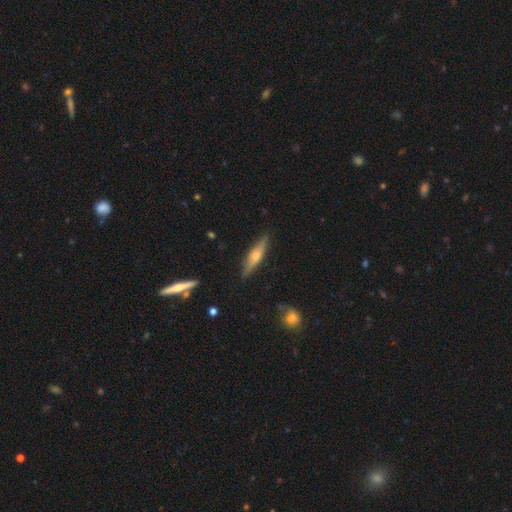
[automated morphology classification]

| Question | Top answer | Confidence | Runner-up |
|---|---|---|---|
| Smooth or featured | featured or disk | 62% | smooth (32%) |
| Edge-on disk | yes | 95% | no (5%) |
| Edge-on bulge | rounded | 86% | boxy (8%) |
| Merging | none | 88% | minor disturbance (9%) |